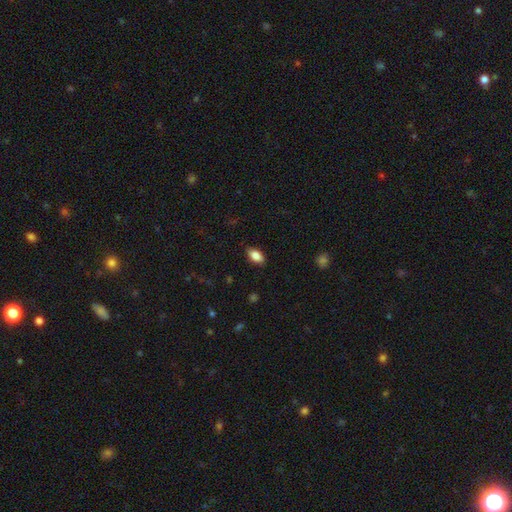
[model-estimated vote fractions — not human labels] The model was most divided on "merging": none: 87%, minor disturbance: 10%, major disturbance: 2%, merger: 1%. More confident: how rounded — in between (91%); smooth or featured — smooth (86%).